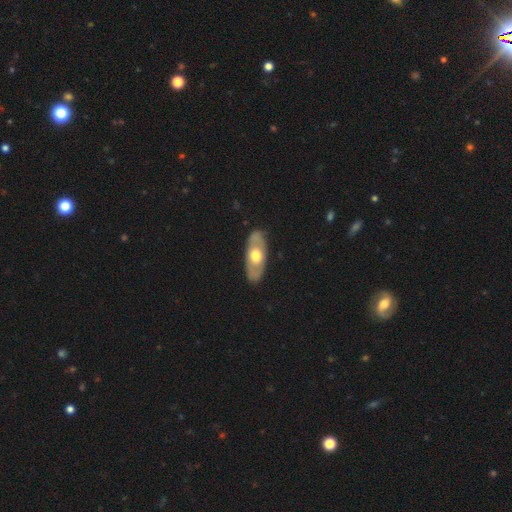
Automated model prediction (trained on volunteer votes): This is possibly a featured or disk galaxy (51%). It is likely not viewed edge-on (77%). Merging: clearly none (87%).